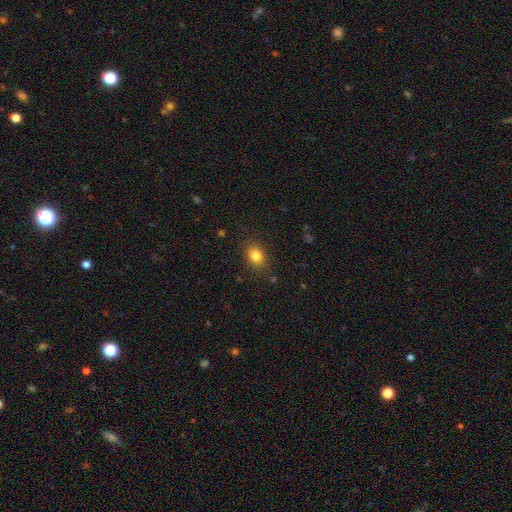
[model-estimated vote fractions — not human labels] A smooth galaxy with no disk features (84%) that is in between round and cigar-shaped (58%).

Vote fractions:
- Smooth or featured? smooth: 84% / star or artifact: 11% / featured or disk: 6%
- How rounded? in between: 58% / round: 41% / cigar-shaped: 1%
- Merging? none: 85% / minor disturbance: 10% / major disturbance: 3% / merger: 1%